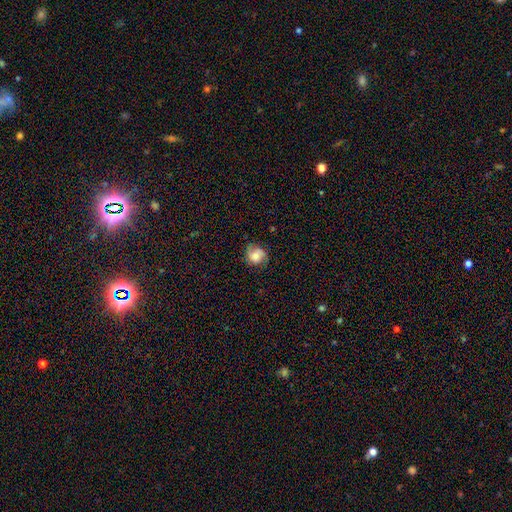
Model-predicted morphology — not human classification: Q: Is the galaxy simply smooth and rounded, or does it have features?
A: smooth — 50%.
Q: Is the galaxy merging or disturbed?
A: none — 72%.